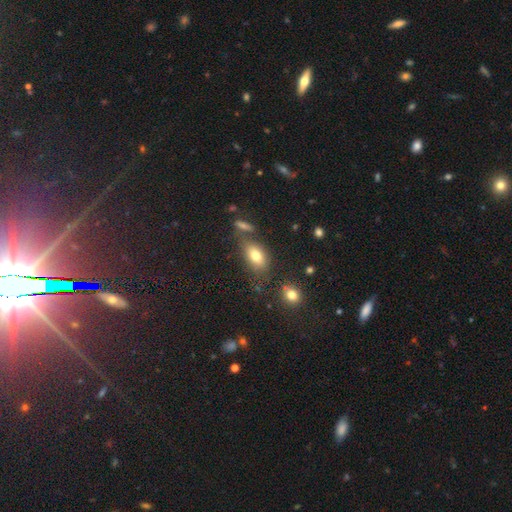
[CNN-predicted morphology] A smooth galaxy with no disk features (76%) that is in between round and cigar-shaped (86%).

Vote fractions:
- Smooth or featured? smooth: 76% / featured or disk: 13% / star or artifact: 11%
- How rounded? in between: 86% / round: 9% / cigar-shaped: 5%
- Merging? none: 64% / minor disturbance: 16% / merger: 14% / major disturbance: 6%